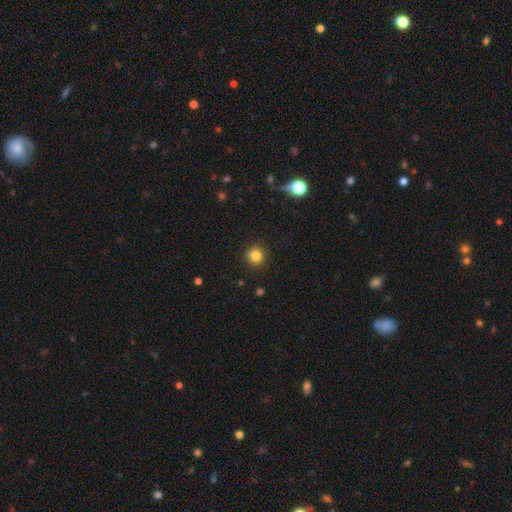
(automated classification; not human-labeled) Smooth or featured? smooth (83%)
How rounded? round (92%)
Merging? none (90%)